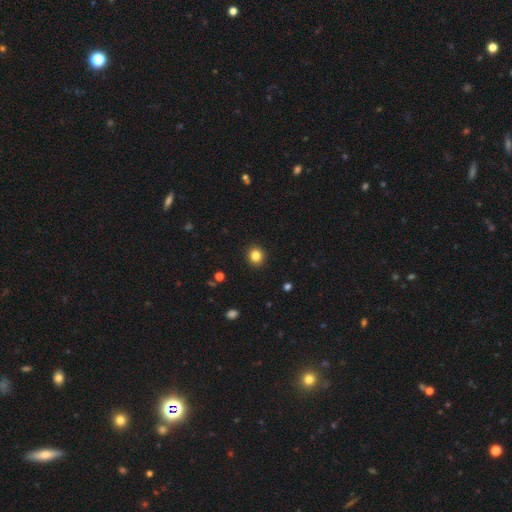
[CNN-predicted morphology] A smooth galaxy with no disk features (84%) that is round (86%). Merging: none (92%).